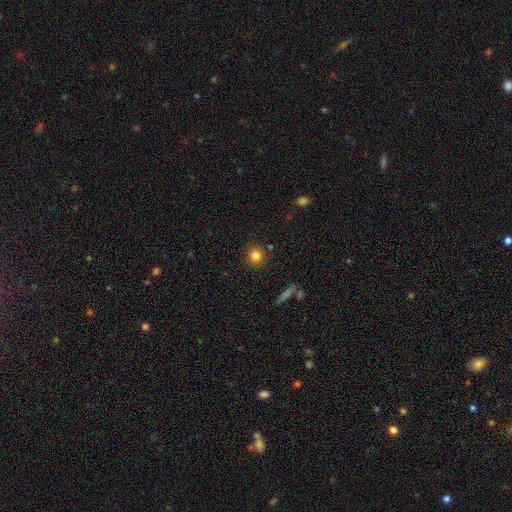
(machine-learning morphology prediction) This appears to be a smooth galaxy with no disk features (81%) that is round (93%). Merging: none (88%).